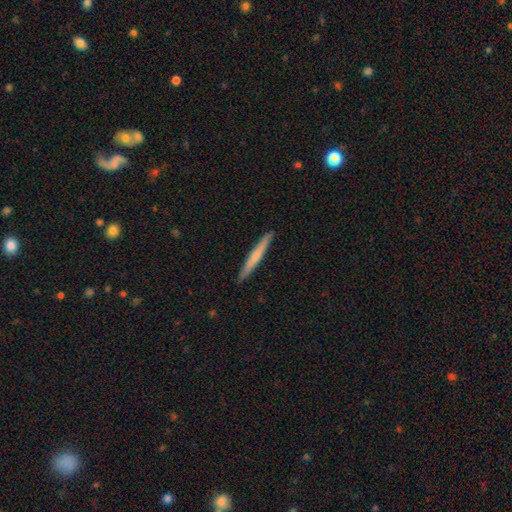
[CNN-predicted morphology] This is possibly a smooth galaxy (59%). How rounded: clearly cigar-shaped (97%). Merging: clearly none (92%).